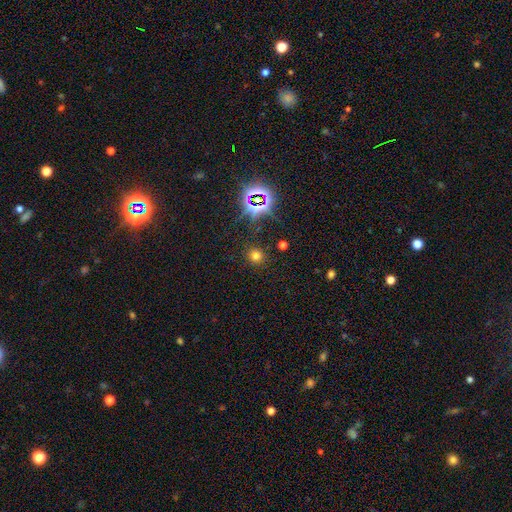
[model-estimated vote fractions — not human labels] Q: Smooth or featured?
A: smooth (67%); runner-up: star or artifact (26%)
Q: How rounded?
A: round (92%); runner-up: in between (7%)
Q: Merging?
A: none (88%); runner-up: minor disturbance (7%)